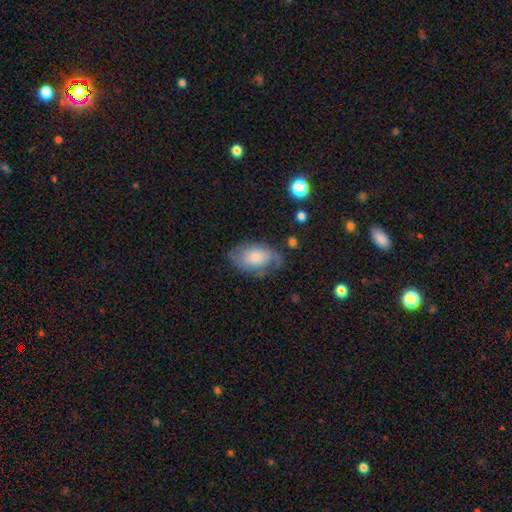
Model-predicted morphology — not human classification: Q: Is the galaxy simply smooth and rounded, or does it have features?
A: smooth — 49%.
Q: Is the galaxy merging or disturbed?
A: none — 60%.